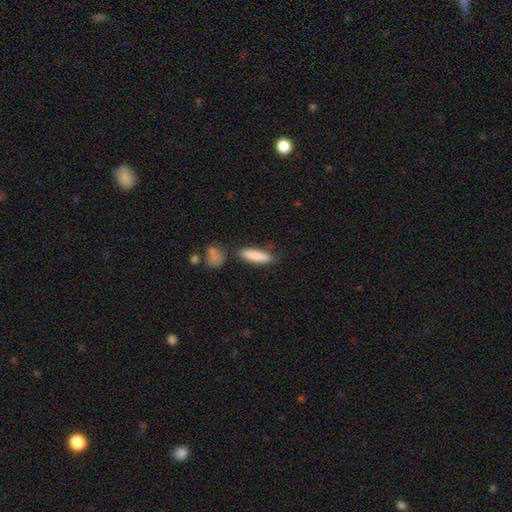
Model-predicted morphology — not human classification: Smooth or featured: smooth — 86% (featured or disk — 8%)
How rounded: cigar-shaped — 60% (in between — 38%)
Merging: none — 78% (minor disturbance — 13%)